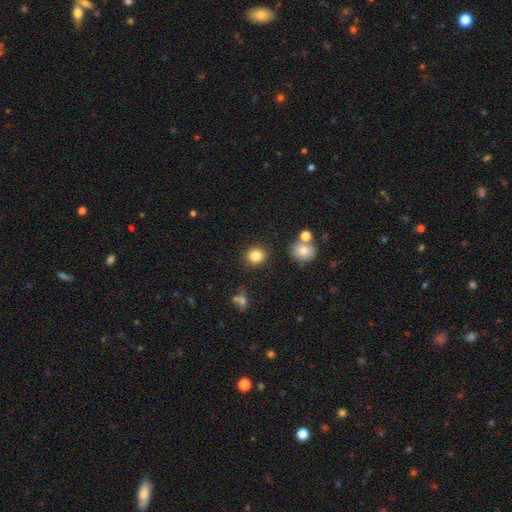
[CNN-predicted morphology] Smooth or featured? Predicted: smooth (p=0.84). How rounded? Predicted: round (p=0.78). Merging? Predicted: none (p=0.86).